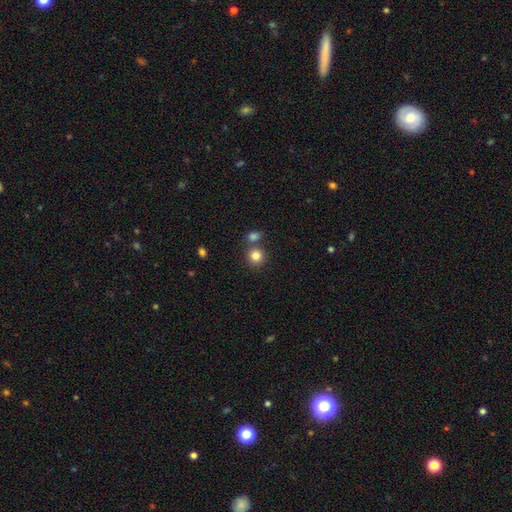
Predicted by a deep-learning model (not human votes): This is clearly a smooth galaxy (83%). How rounded: clearly round (89%). Merging: likely none (68%).